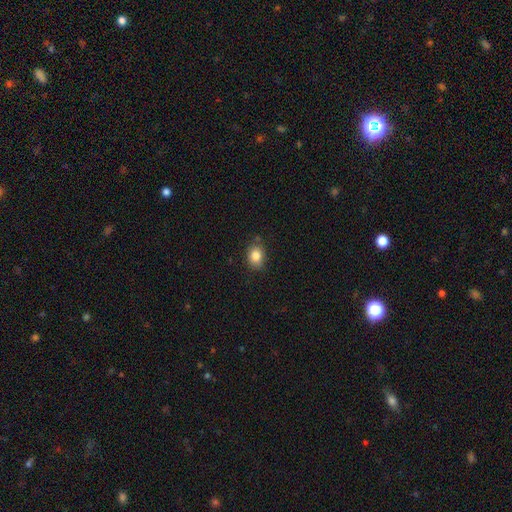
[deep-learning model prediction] Smooth or featured: smooth — 85% (star or artifact — 9%)
How rounded: in between — 59% (round — 40%)
Merging: none — 79% (minor disturbance — 15%)